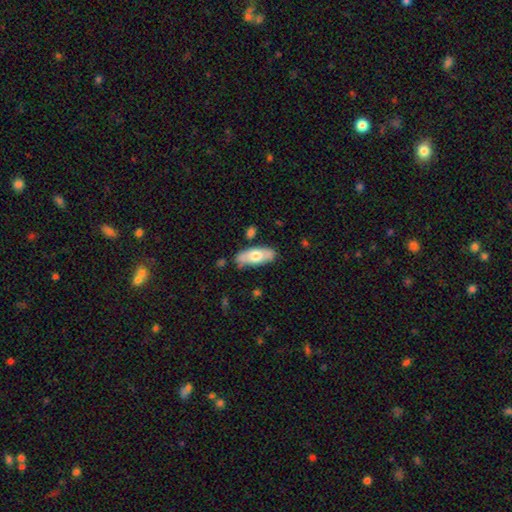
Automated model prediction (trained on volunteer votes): Morphology: type=smooth (64%); roundness=in between (79%); merging=none (79%).